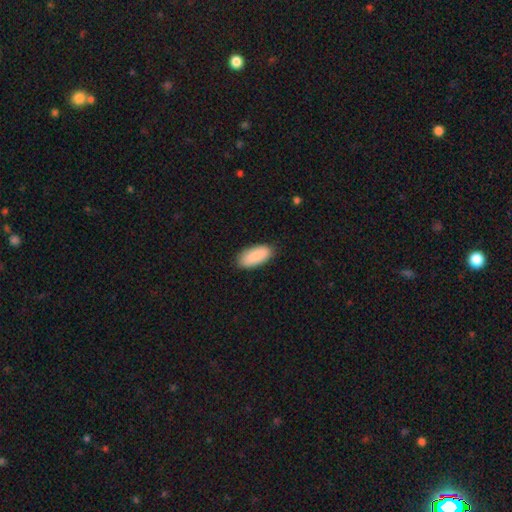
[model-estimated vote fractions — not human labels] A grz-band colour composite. It shows a smooth galaxy with no disk features (89%) that is in between round and cigar-shaped (90%). Merging: none (87%).